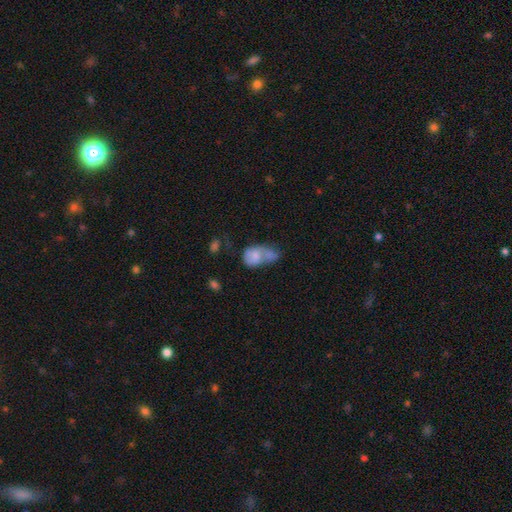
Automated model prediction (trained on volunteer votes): Q: Smooth or featured?
A: smooth (69%); runner-up: featured or disk (23%)
Q: How rounded?
A: in between (68%); runner-up: round (31%)
Q: Merging?
A: merger (62%); runner-up: none (15%)